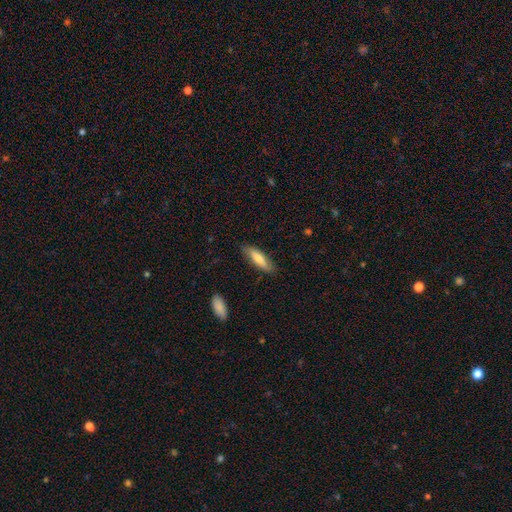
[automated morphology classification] Smooth or featured?
  - smooth: 68% *
  - featured or disk: 25%
  - star or artifact: 7%
How rounded?
  - cigar-shaped: 65% *
  - in between: 34%
  - round: 2%
Merging?
  - none: 85% *
  - minor disturbance: 12%
  - major disturbance: 2%
  - merger: 1%